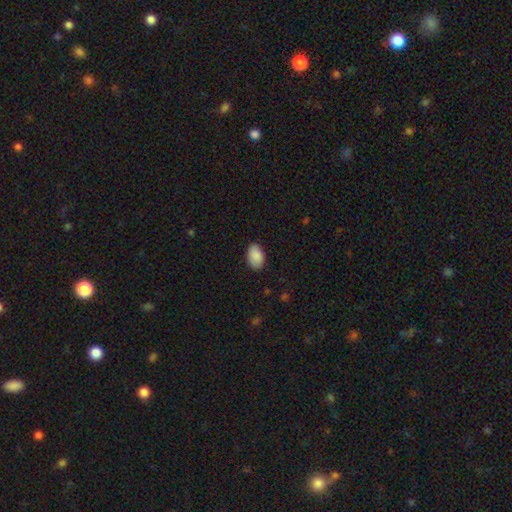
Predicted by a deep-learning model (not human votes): Smooth or featured: smooth — 90% (star or artifact — 6%)
How rounded: in between — 89% (round — 10%)
Merging: none — 84% (minor disturbance — 12%)